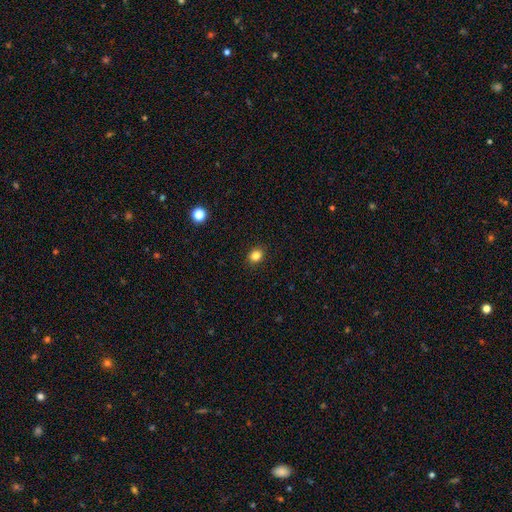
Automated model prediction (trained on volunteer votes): Overall: smooth (84%). How rounded: round (63%; in between 36%). Merging: none (91%).